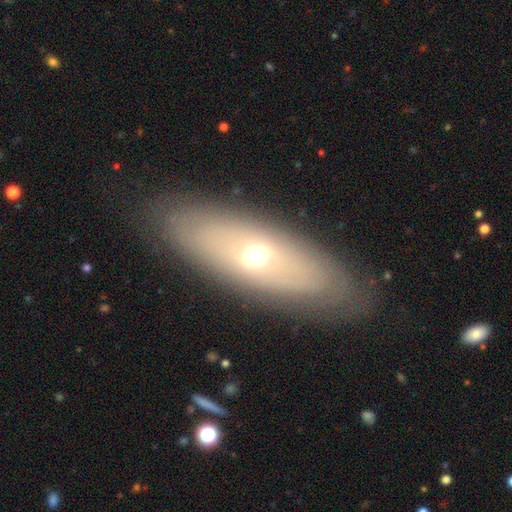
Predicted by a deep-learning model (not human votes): Q: Smooth or featured?
A: featured or disk (48%); runner-up: smooth (43%)
Q: Merging?
A: none (83%); runner-up: minor disturbance (11%)